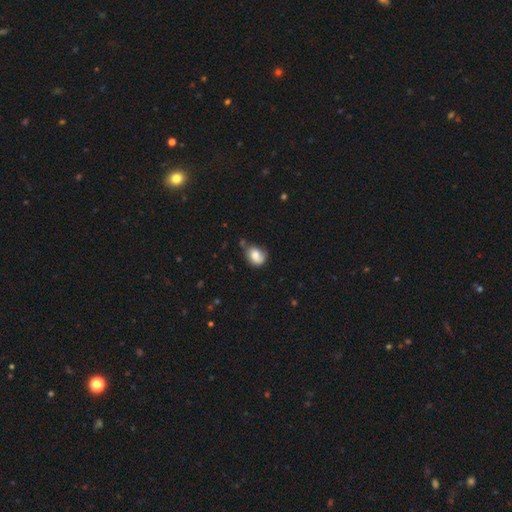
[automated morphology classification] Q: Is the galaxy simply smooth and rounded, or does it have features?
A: smooth — 73%.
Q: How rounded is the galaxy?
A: in between — 60%.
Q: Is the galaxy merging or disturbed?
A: none — 48%.